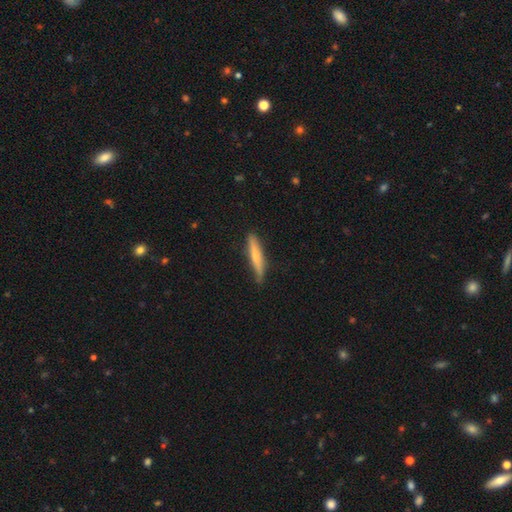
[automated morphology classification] smooth-or-featured: smooth: 62% | featured or disk: 32% | star or artifact: 6%
  how-rounded: cigar-shaped: 91% | in between: 7% | round: 1%
  merging: none: 79% | minor disturbance: 17% | major disturbance: 2% | merger: 1%